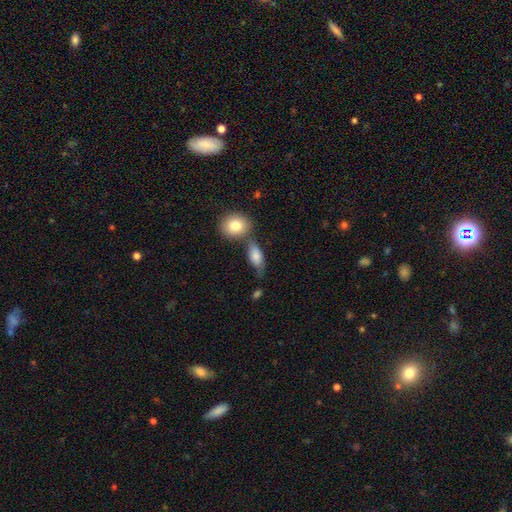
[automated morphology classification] smooth_or_featured: smooth (p=0.78) [alt: featured or disk p=0.15]
how_rounded: in between (p=0.80) [alt: cigar-shaped p=0.11]
merging: none (p=0.47) [alt: minor disturbance p=0.23]